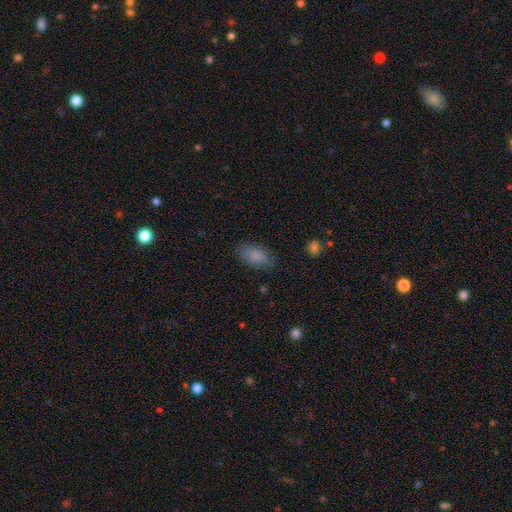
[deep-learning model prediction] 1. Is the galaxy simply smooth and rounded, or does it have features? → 84% smooth, 8% star or artifact, 8% featured or disk.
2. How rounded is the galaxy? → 92% in between, 5% round, 4% cigar-shaped.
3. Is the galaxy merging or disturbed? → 81% none, 14% minor disturbance, 4% major disturbance, 1% merger.